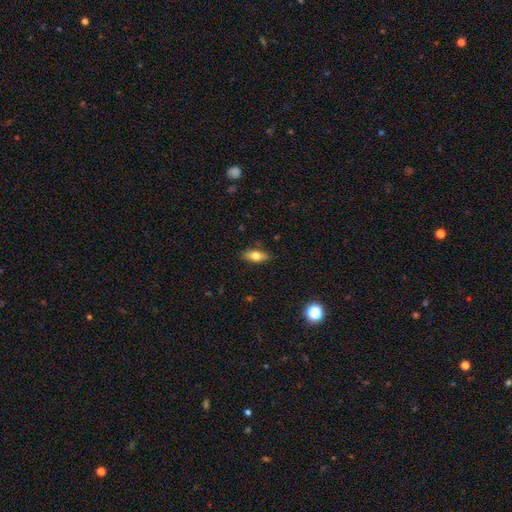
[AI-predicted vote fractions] smooth 71%, featured or disk 22%, star or artifact 7%. Down the decision tree: how rounded — in between (79%); merging — none (85%).